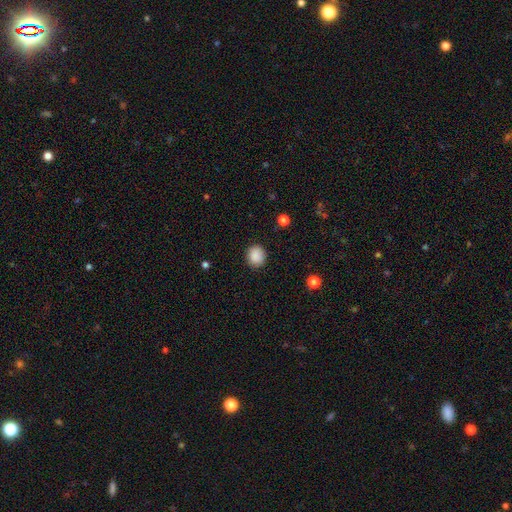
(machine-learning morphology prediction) Q: Smooth or featured?
A: smooth (88%); runner-up: star or artifact (8%)
Q: How rounded?
A: round (76%); runner-up: in between (23%)
Q: Merging?
A: none (87%); runner-up: minor disturbance (9%)